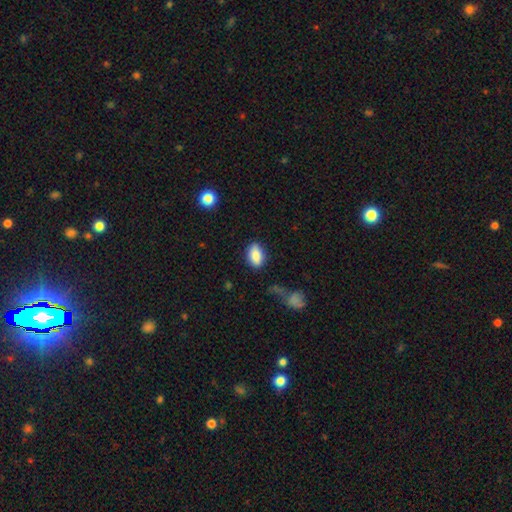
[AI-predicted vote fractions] A smooth galaxy with no disk features (85%) that is in between round and cigar-shaped (90%). Merging: none (82%).